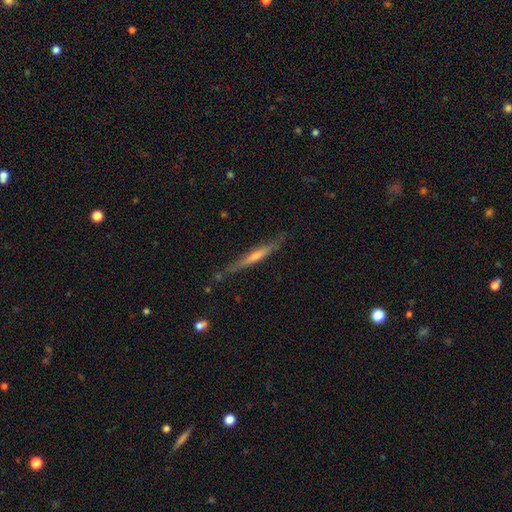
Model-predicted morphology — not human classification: Smooth or featured?
  - featured or disk: 60% *
  - smooth: 33%
  - star or artifact: 6%
Edge-on disk?
  - yes: 95% *
  - no: 5%
Edge-on bulge?
  - none: 46% *
  - rounded: 43%
  - boxy: 10%
Merging?
  - none: 81% *
  - minor disturbance: 14%
  - major disturbance: 3%
  - merger: 2%